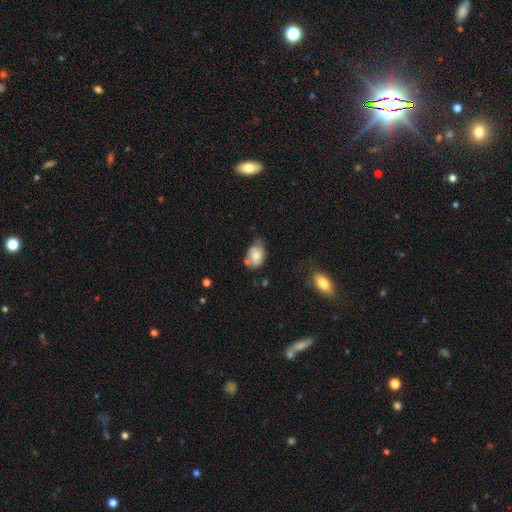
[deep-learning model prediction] This appears to be a smooth galaxy with no disk features (65%) that is in between round and cigar-shaped (78%). Merging: none (42%).